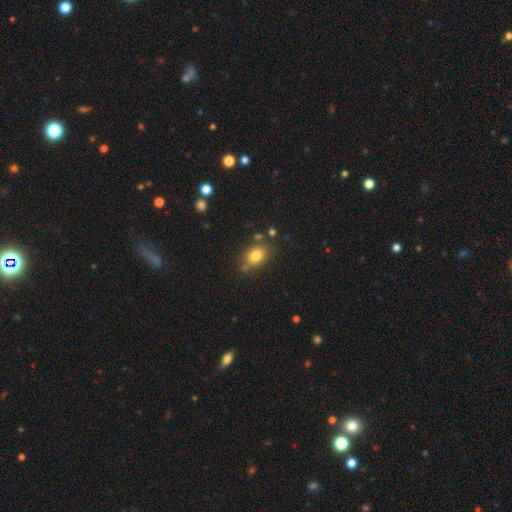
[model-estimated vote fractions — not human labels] Smooth or featured?
  - smooth: 81% *
  - star or artifact: 10%
  - featured or disk: 9%
How rounded?
  - in between: 73% *
  - round: 25%
  - cigar-shaped: 2%
Merging?
  - none: 72% *
  - minor disturbance: 16%
  - merger: 8%
  - major disturbance: 4%